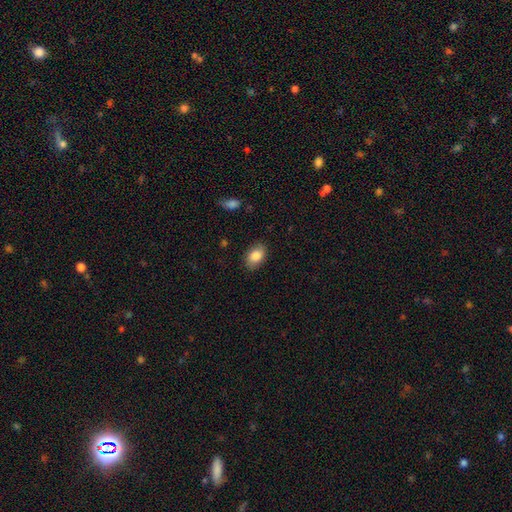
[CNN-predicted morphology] This is clearly a smooth galaxy (85%). How rounded: clearly in between (88%). Merging: clearly none (84%).